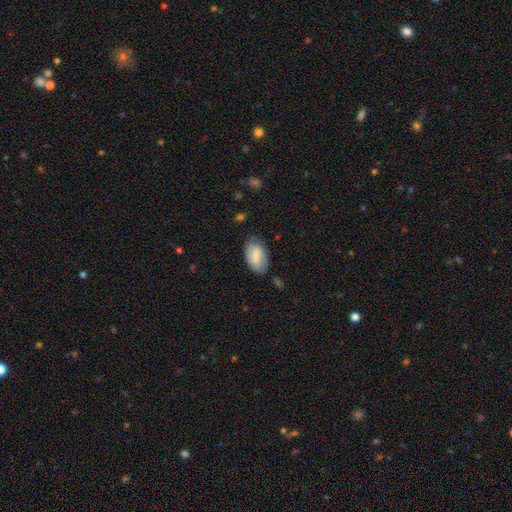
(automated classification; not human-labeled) Smooth or featured?
  - smooth: 68% *
  - featured or disk: 25%
  - star or artifact: 7%
How rounded?
  - in between: 93% *
  - round: 4%
  - cigar-shaped: 3%
Merging?
  - none: 69% *
  - minor disturbance: 23%
  - major disturbance: 6%
  - merger: 2%